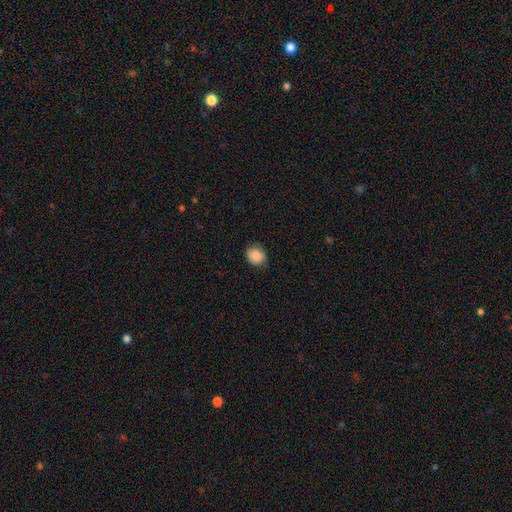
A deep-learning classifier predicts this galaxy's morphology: smooth 85%, star or artifact 8%, featured or disk 7%. Down the decision tree: how rounded — round (72%); merging — none (74%).